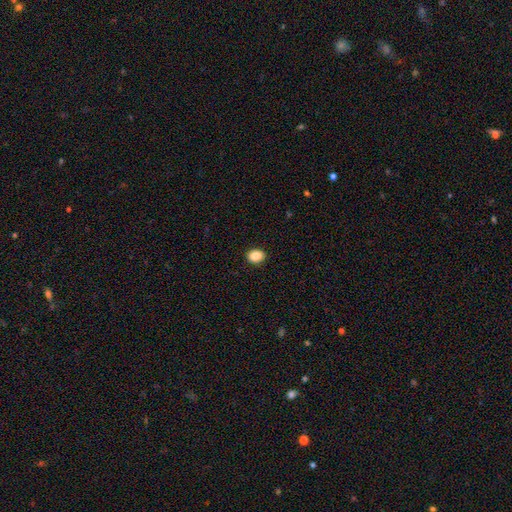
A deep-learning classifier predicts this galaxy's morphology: Q: Smooth or featured?
A: smooth (86%); runner-up: star or artifact (9%)
Q: How rounded?
A: in between (60%); runner-up: round (39%)
Q: Merging?
A: none (90%); runner-up: minor disturbance (7%)